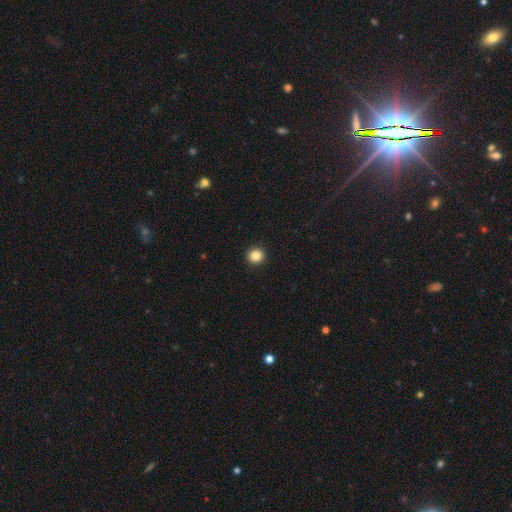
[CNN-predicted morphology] A smooth galaxy with no disk features (85%) that is round (93%).

Vote fractions:
- Smooth or featured? smooth: 85% / star or artifact: 10% / featured or disk: 4%
- How rounded? round: 93% / in between: 6% / cigar-shaped: 1%
- Merging? none: 93% / minor disturbance: 4% / major disturbance: 1% / merger: 1%